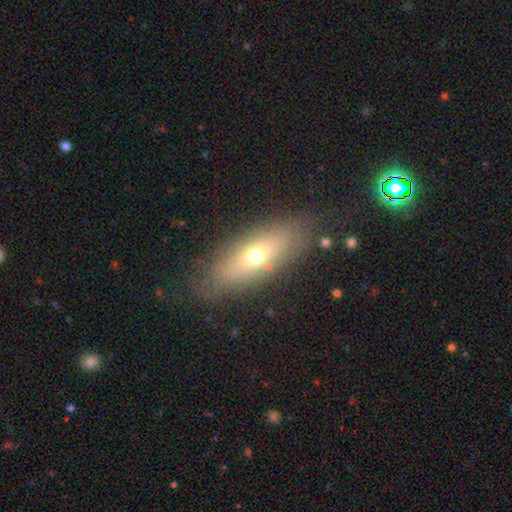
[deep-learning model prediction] This is possibly a smooth galaxy (52%). How rounded: possibly in between (53%). Merging: clearly none (81%).